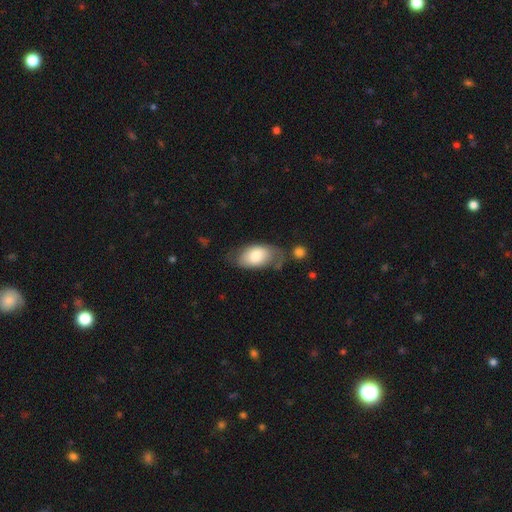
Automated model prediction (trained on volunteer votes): smooth-or-featured: smooth: 75% | featured or disk: 20% | star or artifact: 6%
  how-rounded: in between: 93% | round: 5% | cigar-shaped: 2%
  merging: none: 45% | minor disturbance: 31% | major disturbance: 17% | merger: 7%